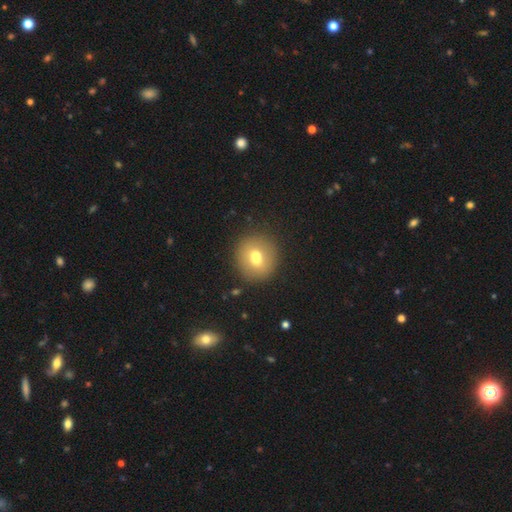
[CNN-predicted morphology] Q: Smooth or featured?
A: smooth (68%); runner-up: featured or disk (21%)
Q: How rounded?
A: round (86%); runner-up: in between (13%)
Q: Merging?
A: none (71%); runner-up: merger (16%)